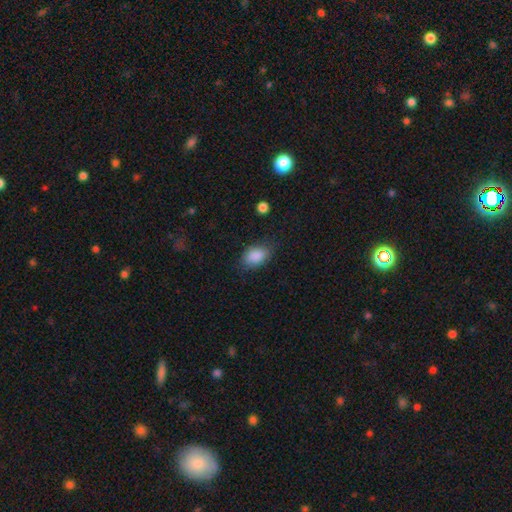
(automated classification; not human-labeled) Smooth or featured?
  - smooth: 88% *
  - star or artifact: 8%
  - featured or disk: 5%
How rounded?
  - in between: 87% *
  - round: 12%
  - cigar-shaped: 2%
Merging?
  - none: 73% *
  - minor disturbance: 20%
  - major disturbance: 6%
  - merger: 1%